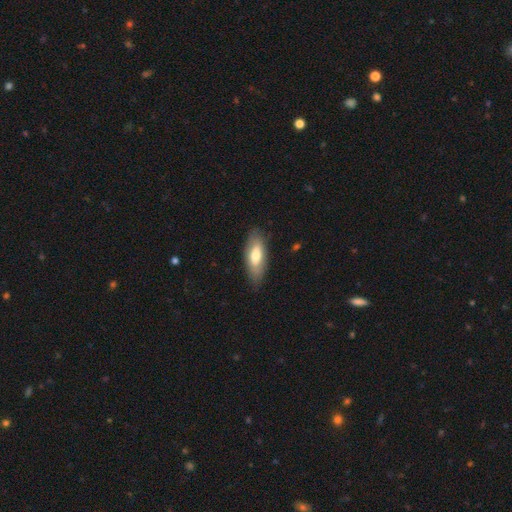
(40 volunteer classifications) Q: Smooth or featured?
A: smooth (85%); runner-up: featured or disk (15%)
Q: How rounded?
A: in between (68%); runner-up: cigar-shaped (26%)
Q: Merging?
A: none (85%); runner-up: minor disturbance (12%)